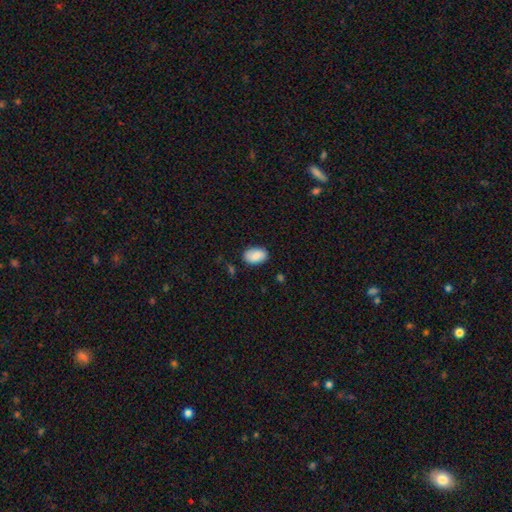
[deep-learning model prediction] Morphology: type=smooth (86%); roundness=in between (90%); merging=none (81%).